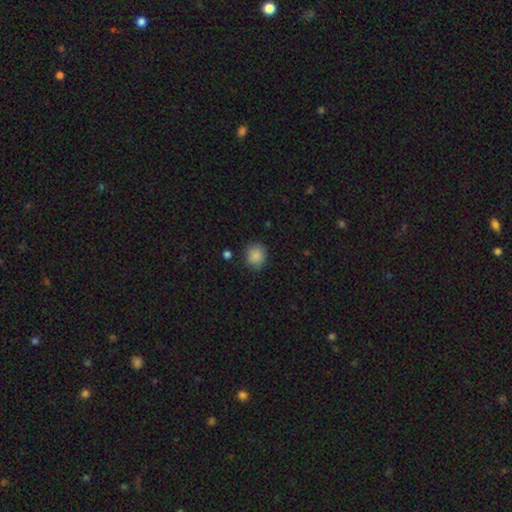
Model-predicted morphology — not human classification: This is clearly a smooth galaxy (87%). How rounded: likely round (72%). Merging: clearly none (83%).